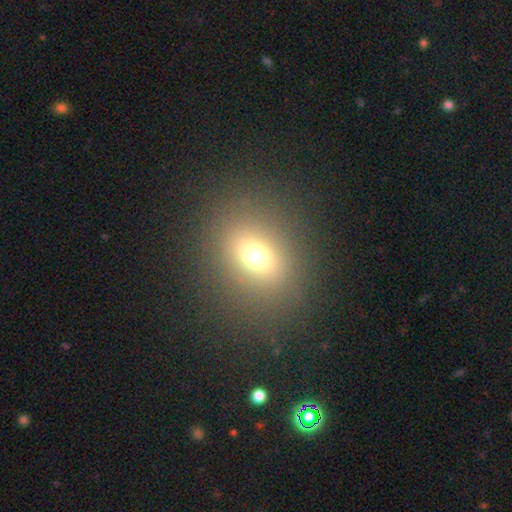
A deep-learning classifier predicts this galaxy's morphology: A smooth galaxy with no disk features (66%) that is round (54%). Merging: none (84%).